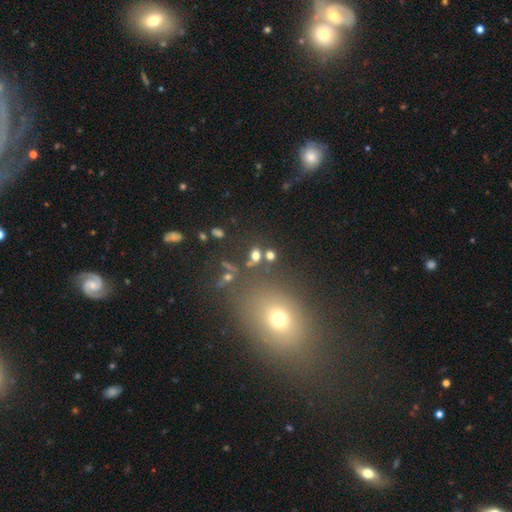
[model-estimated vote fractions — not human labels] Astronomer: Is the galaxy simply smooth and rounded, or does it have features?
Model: smooth — 69%.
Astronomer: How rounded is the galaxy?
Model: in between — 55% (runner-up: round, 41%).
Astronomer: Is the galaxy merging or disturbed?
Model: none — 67%.